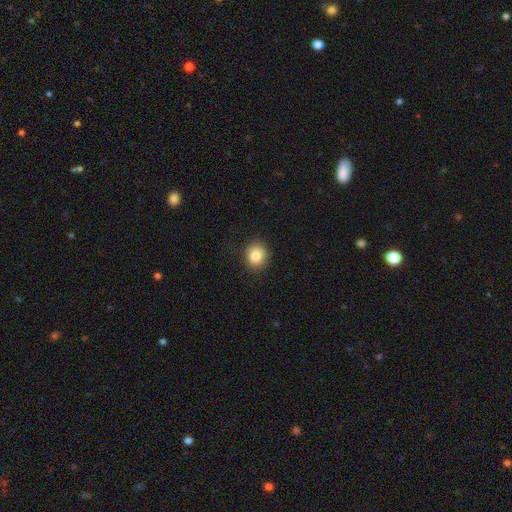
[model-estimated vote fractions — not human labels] Smooth or featured? smooth (84%)
How rounded? round (74%)
Merging? none (86%)